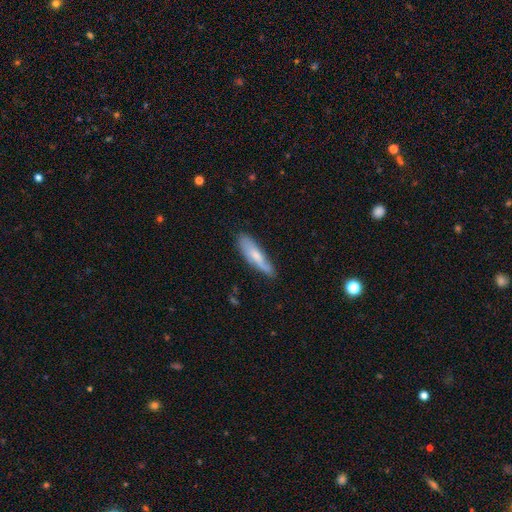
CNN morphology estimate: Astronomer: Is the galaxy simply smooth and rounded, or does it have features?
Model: smooth — 63%.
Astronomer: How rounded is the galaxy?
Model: cigar-shaped — 68%.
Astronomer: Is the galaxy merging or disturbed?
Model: none — 68%.